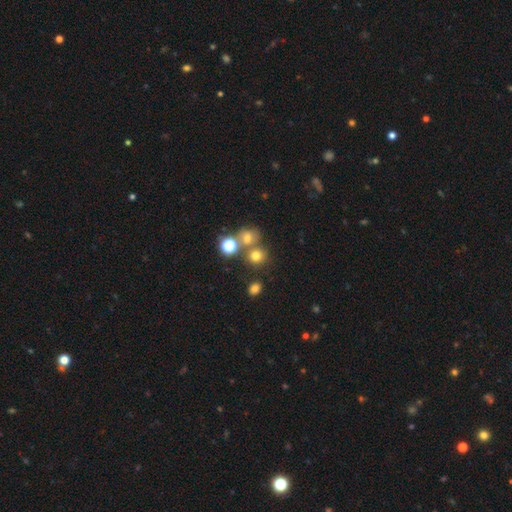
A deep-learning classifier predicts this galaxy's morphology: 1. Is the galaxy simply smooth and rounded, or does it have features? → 70% smooth, 20% star or artifact, 9% featured or disk.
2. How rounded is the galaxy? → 80% round, 19% in between, 1% cigar-shaped.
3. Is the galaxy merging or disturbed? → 62% none, 24% merger, 10% minor disturbance, 4% major disturbance.